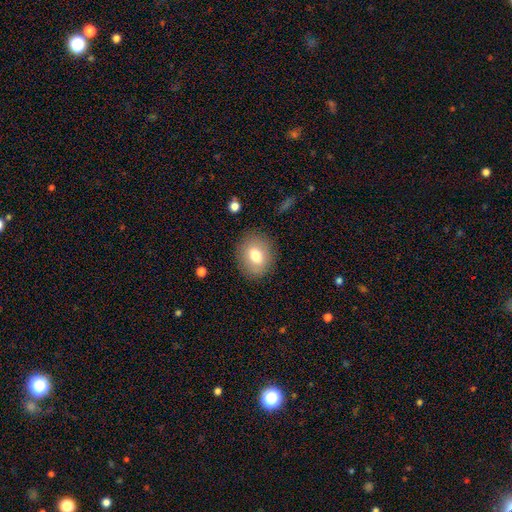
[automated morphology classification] smooth 74%, featured or disk 17%, star or artifact 9%. Down the decision tree: how rounded — round (50%); merging — none (85%).